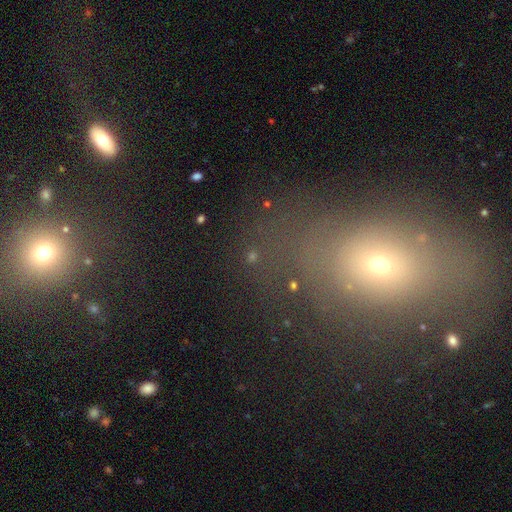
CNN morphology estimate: star or artifact 47%, smooth 35%, featured or disk 17%.